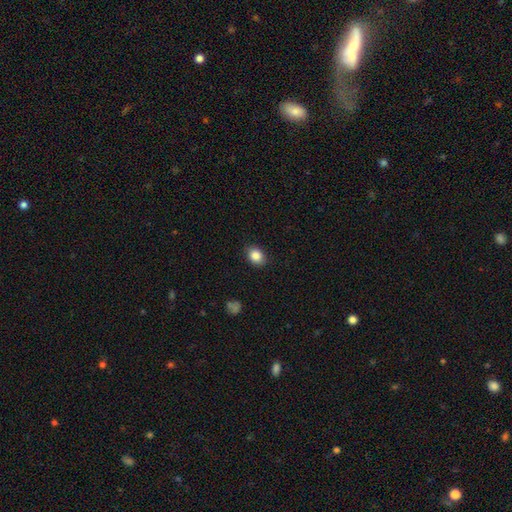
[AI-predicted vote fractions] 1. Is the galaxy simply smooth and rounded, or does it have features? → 85% smooth, 9% star or artifact, 6% featured or disk.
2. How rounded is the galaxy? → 55% in between, 44% round, 1% cigar-shaped.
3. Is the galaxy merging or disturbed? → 88% none, 9% minor disturbance, 2% major disturbance, 1% merger.